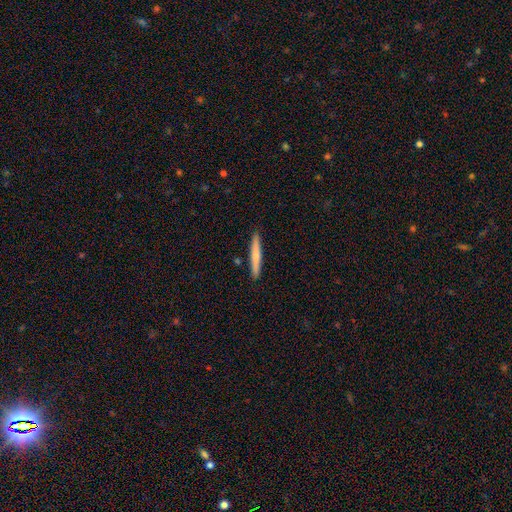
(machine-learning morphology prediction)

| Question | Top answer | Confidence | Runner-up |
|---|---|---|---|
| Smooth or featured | smooth | 68% | featured or disk (26%) |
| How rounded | cigar-shaped | 96% | in between (3%) |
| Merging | none | 90% | minor disturbance (7%) |